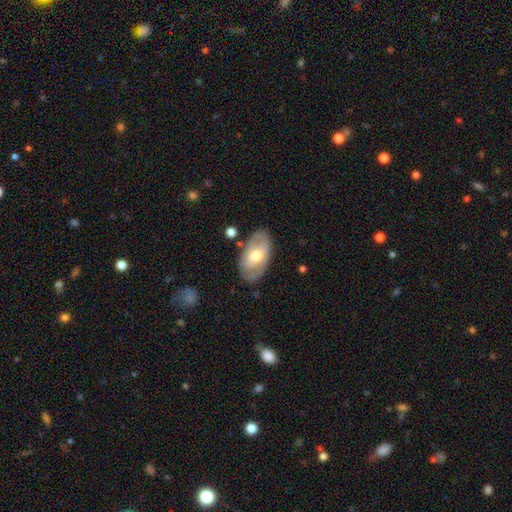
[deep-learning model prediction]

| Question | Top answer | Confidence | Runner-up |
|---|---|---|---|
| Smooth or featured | featured or disk | 53% | smooth (41%) |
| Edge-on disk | no | 89% | yes (11%) |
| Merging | none | 80% | minor disturbance (14%) |